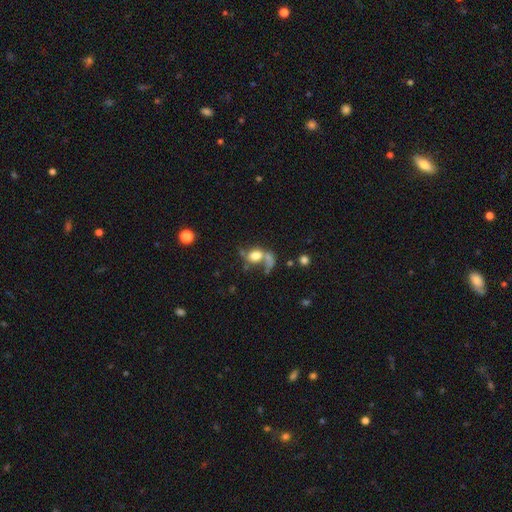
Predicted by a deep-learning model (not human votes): Morphology: type=smooth (61%); roundness=in between (64%); merging=merger (40%).